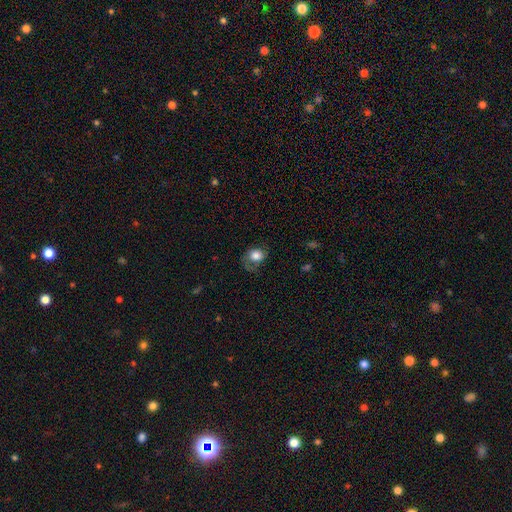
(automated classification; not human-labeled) A smooth galaxy with no disk features (72%) that is round (61%).

Vote fractions:
- Smooth or featured? smooth: 72% / featured or disk: 19% / star or artifact: 9%
- How rounded? round: 61% / in between: 38% / cigar-shaped: 1%
- Merging? none: 46% / major disturbance: 27% / minor disturbance: 26% / merger: 2%